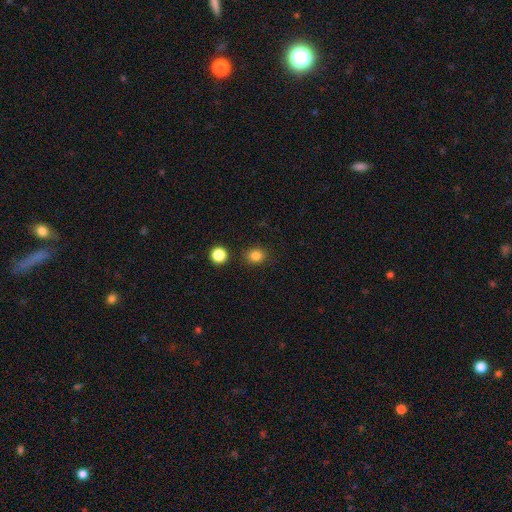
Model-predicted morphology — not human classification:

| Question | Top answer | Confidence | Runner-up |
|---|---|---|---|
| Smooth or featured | smooth | 83% | star or artifact (13%) |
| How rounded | round | 69% | in between (30%) |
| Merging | none | 86% | minor disturbance (8%) |